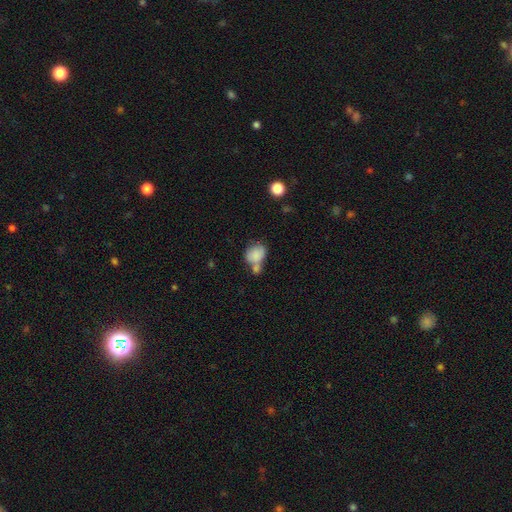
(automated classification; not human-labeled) Smooth or featured: smooth — 81% (featured or disk — 11%)
How rounded: in between — 53% (round — 46%)
Merging: merger — 48% (none — 29%)